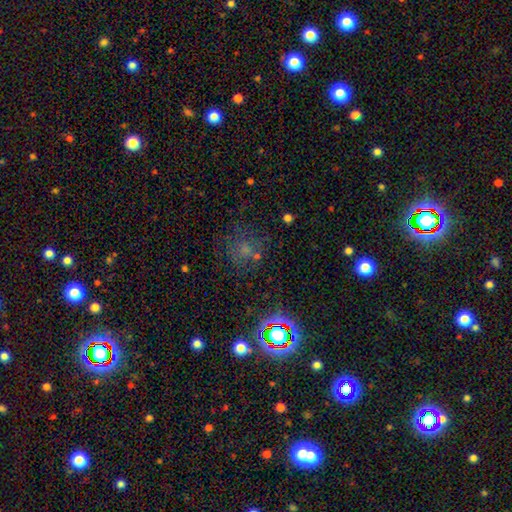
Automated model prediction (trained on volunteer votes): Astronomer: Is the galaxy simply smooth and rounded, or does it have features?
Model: smooth — 42% (runner-up: star or artifact, 41%).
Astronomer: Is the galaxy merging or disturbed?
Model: none — 68%.